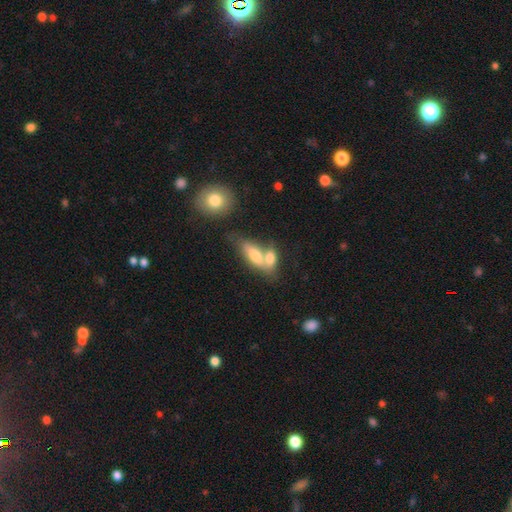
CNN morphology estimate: This is likely a smooth galaxy (70%). How rounded: likely in between (74%). Merging: possibly merger (57%).